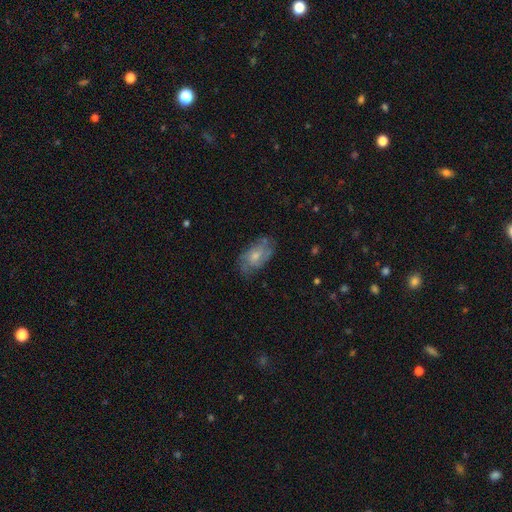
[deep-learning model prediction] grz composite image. It shows a featured or disk galaxy (48%). Merging: none (64%).